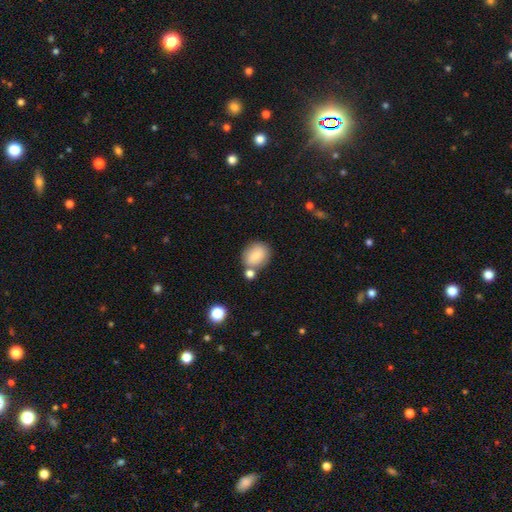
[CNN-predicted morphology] A smooth galaxy with no disk features (82%) that is in between round and cigar-shaped (56%).

Vote fractions:
- Smooth or featured? smooth: 82% / featured or disk: 10% / star or artifact: 8%
- How rounded? in between: 56% / round: 43% / cigar-shaped: 1%
- Merging? none: 62% / merger: 19% / minor disturbance: 15% / major disturbance: 4%